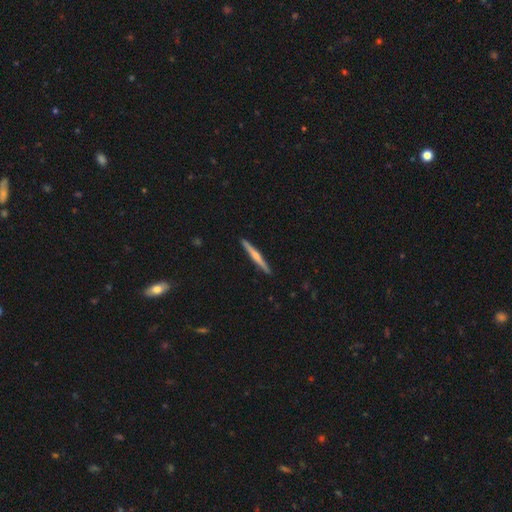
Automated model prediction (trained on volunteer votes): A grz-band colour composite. It shows a featured or disk galaxy (56%) viewed edge-on (98%) with a rounded central bulge (67%). Merging: none (92%).